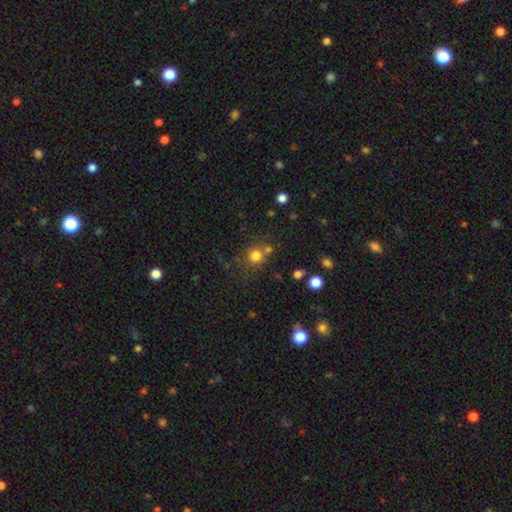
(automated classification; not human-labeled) smooth-or-featured: smooth: 78% | star or artifact: 15% | featured or disk: 7%
  how-rounded: round: 90% | in between: 9% | cigar-shaped: 1%
  merging: none: 69% | merger: 15% | minor disturbance: 11% | major disturbance: 5%